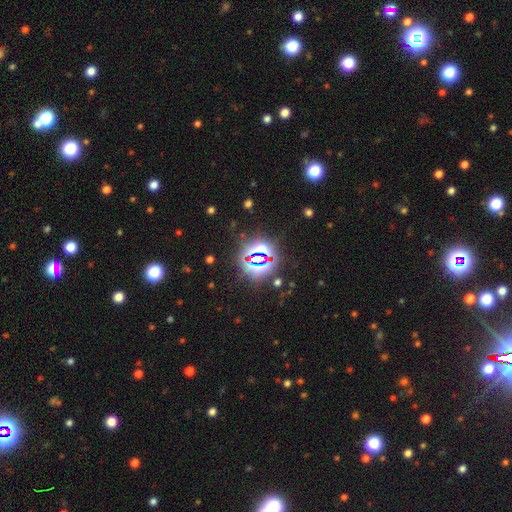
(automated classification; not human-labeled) Smooth or featured? star or artifact (80%)